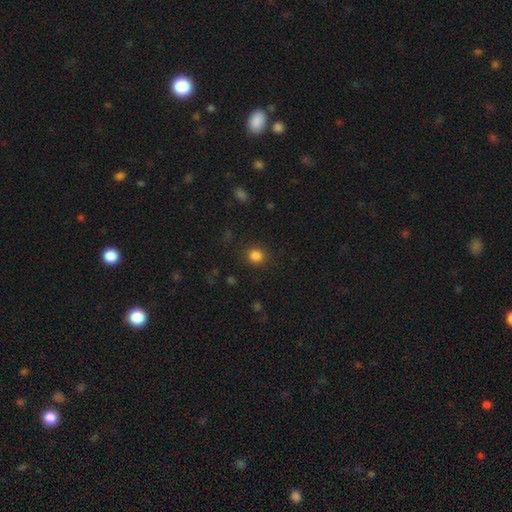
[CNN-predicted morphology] Smooth or featured?
  - smooth: 84% *
  - star or artifact: 12%
  - featured or disk: 4%
How rounded?
  - round: 84% *
  - in between: 15%
  - cigar-shaped: 1%
Merging?
  - none: 89% *
  - minor disturbance: 7%
  - major disturbance: 3%
  - merger: 1%